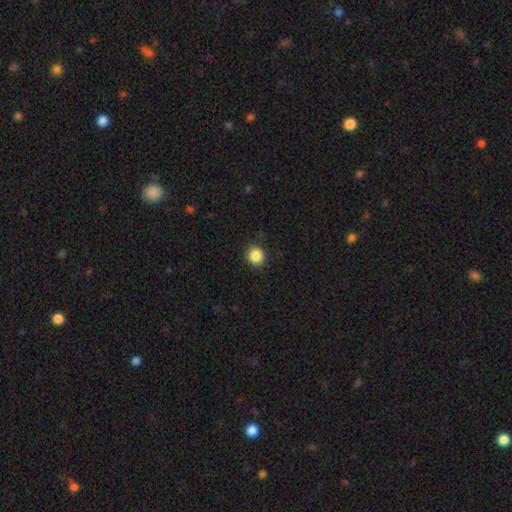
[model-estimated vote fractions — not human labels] smooth 86%, star or artifact 10%, featured or disk 4%. Down the decision tree: how rounded — round (87%); merging — none (89%).